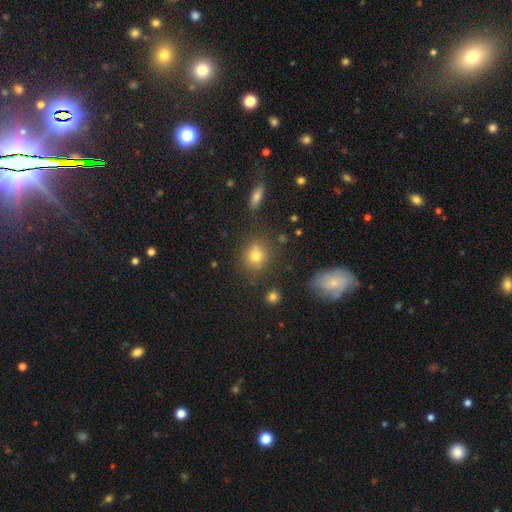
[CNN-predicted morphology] This appears to be a smooth galaxy with no disk features (74%) that is round (70%). Merging: none (73%).